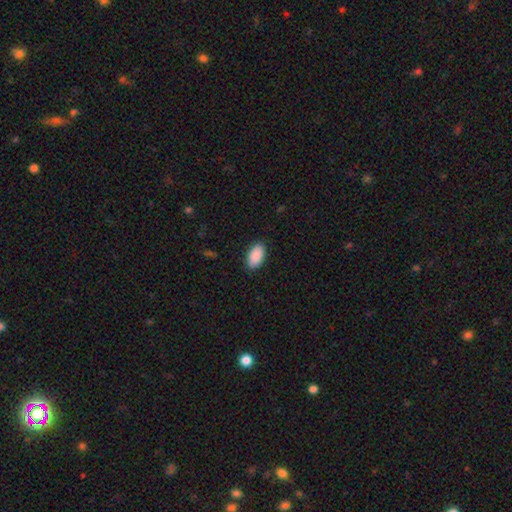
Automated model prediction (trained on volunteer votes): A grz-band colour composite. It shows a smooth galaxy with no disk features (91%) that is in between round and cigar-shaped (95%). Merging: none (88%).